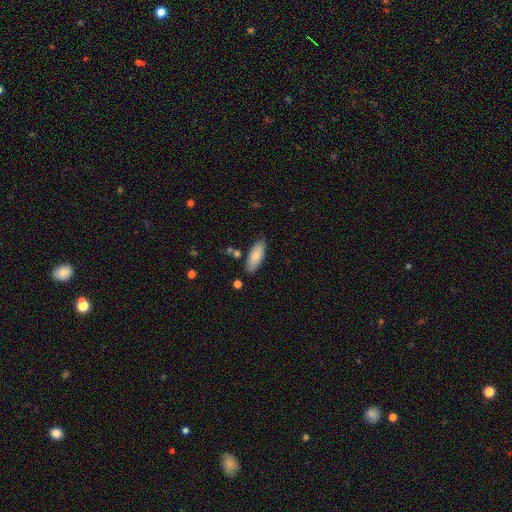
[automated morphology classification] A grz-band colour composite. It shows a smooth galaxy with no disk features (82%) that is in between round and cigar-shaped (80%). Merging: none (82%).